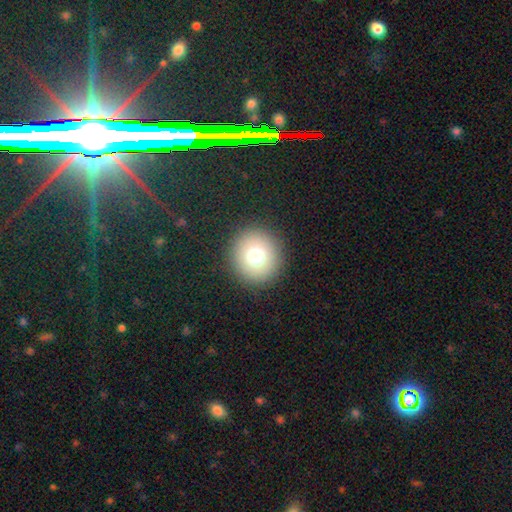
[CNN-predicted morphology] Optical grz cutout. It shows a smooth galaxy with no disk features (74%) that is round (94%). Merging: none (91%).